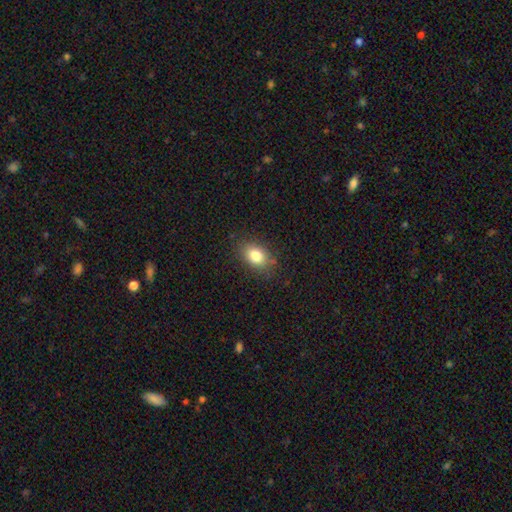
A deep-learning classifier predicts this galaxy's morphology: Smooth or featured: smooth — 82% (star or artifact — 10%)
How rounded: in between — 77% (round — 21%)
Merging: none — 82% (minor disturbance — 13%)